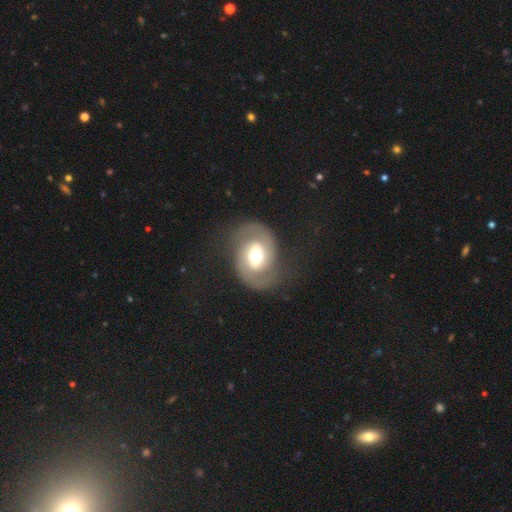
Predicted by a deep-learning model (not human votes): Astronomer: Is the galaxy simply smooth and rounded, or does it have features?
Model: featured or disk — 80%.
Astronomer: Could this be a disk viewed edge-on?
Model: no — 97%.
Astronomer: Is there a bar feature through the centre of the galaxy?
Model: weak — 43% (runner-up: no, 29%).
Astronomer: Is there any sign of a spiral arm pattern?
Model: yes — 90%.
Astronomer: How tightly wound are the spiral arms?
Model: medium — 49% (runner-up: tight, 28%).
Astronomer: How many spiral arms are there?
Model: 2 — 90%.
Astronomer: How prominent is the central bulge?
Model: moderate — 64%.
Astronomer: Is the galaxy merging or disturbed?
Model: none — 72%.